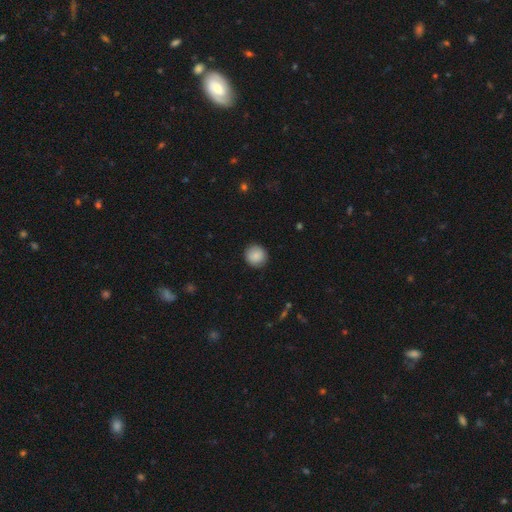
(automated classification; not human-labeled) smooth-or-featured: smooth: 89% | star or artifact: 7% | featured or disk: 4%
  how-rounded: round: 92% | in between: 7% | cigar-shaped: 1%
  merging: none: 90% | minor disturbance: 7% | major disturbance: 2% | merger: 1%